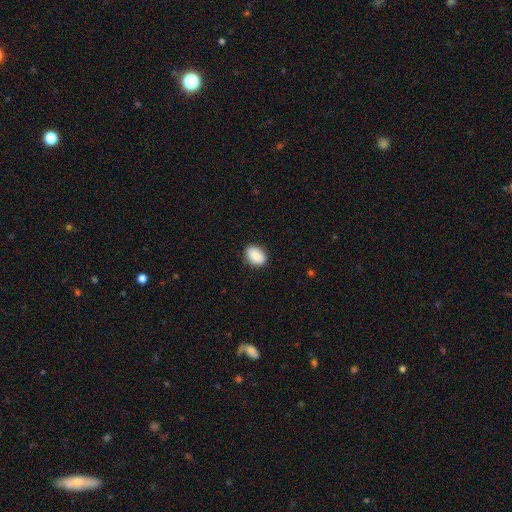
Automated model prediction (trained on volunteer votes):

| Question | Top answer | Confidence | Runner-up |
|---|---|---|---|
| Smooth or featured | smooth | 90% | star or artifact (7%) |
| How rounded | in between | 79% | round (20%) |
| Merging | none | 87% | minor disturbance (10%) |